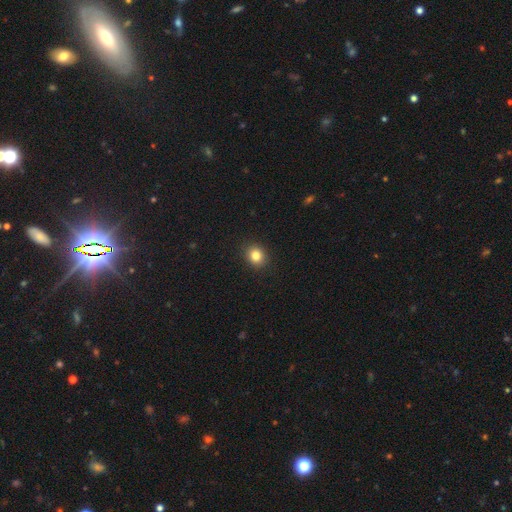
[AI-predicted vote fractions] The model was most divided on "how rounded": round: 72%, in between: 27%, cigar-shaped: 1%. More confident: merging — none (91%); smooth or featured — smooth (83%).